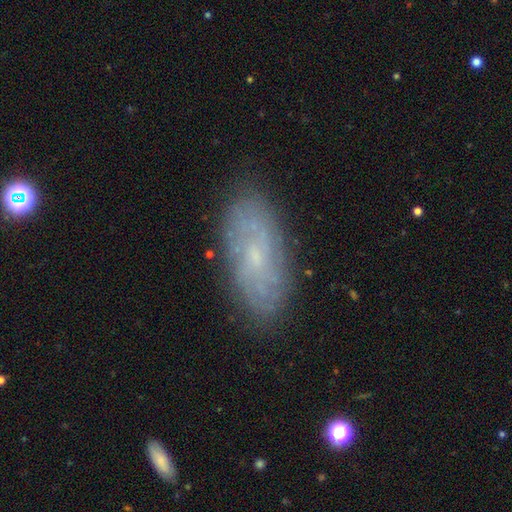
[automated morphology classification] Smooth or featured? featured or disk (60%)
Edge-on disk? no (90%)
Bar? no (68%)
Spiral arms? yes (78%)
Bulge size? small (75%)
Merging? none (82%)